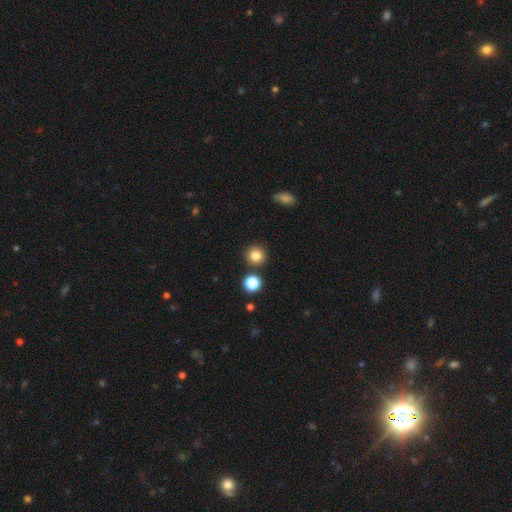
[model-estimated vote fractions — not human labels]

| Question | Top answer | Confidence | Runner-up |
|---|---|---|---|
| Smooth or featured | smooth | 83% | star or artifact (12%) |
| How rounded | round | 93% | in between (6%) |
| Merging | none | 87% | minor disturbance (6%) |